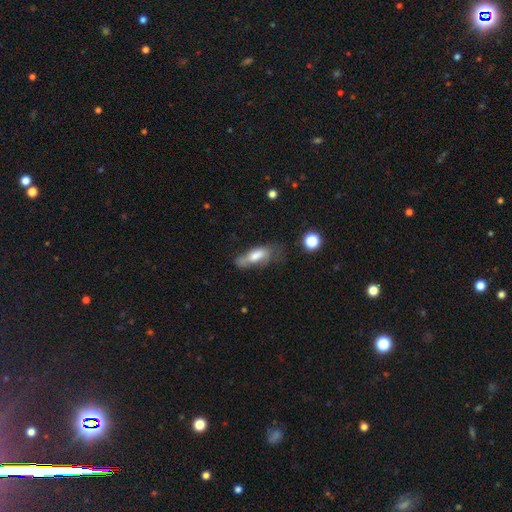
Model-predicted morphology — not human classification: Smooth or featured? smooth (63%)
How rounded? in between (65%)
Merging? none (37%)